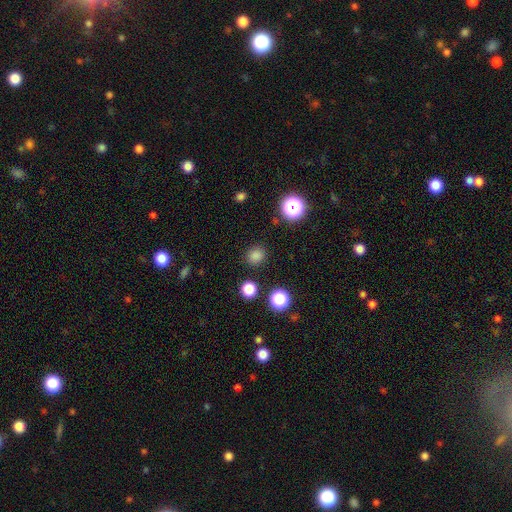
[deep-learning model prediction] Q: Smooth or featured?
A: smooth (80%); runner-up: star or artifact (16%)
Q: How rounded?
A: round (80%); runner-up: in between (19%)
Q: Merging?
A: none (88%); runner-up: minor disturbance (8%)